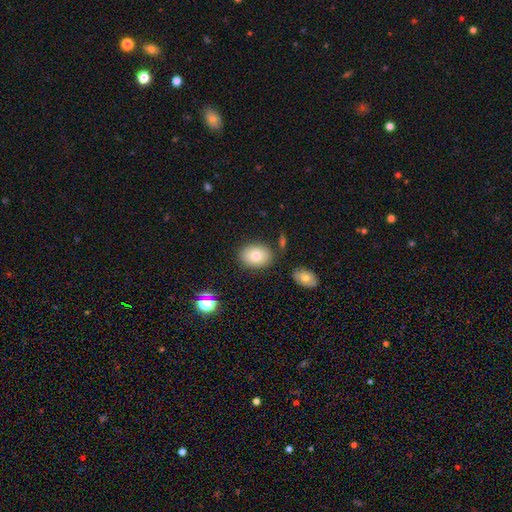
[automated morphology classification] smooth-or-featured: smooth: 79% | featured or disk: 12% | star or artifact: 9%
  how-rounded: in between: 67% | round: 32% | cigar-shaped: 1%
  merging: none: 82% | minor disturbance: 10% | merger: 5% | major disturbance: 3%